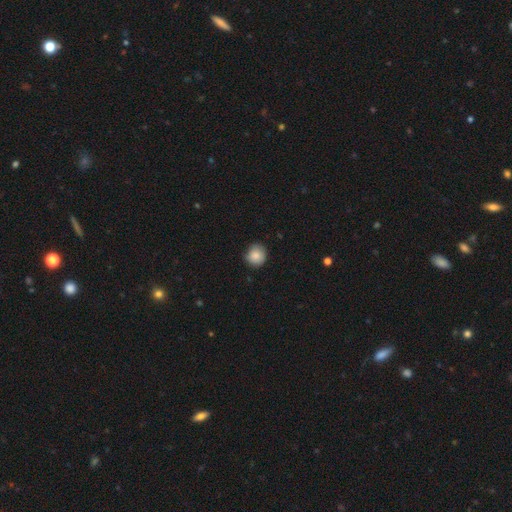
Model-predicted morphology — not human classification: A smooth galaxy with no disk features (86%) that is round (89%).

Vote fractions:
- Smooth or featured? smooth: 86% / star or artifact: 8% / featured or disk: 6%
- How rounded? round: 89% / in between: 10% / cigar-shaped: 1%
- Merging? none: 80% / minor disturbance: 17% / major disturbance: 2% / merger: 1%